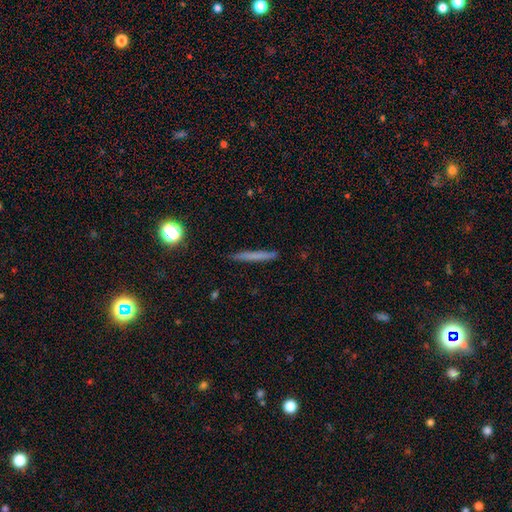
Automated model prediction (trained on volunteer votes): smooth-or-featured: smooth: 65% | featured or disk: 27% | star or artifact: 8%
  how-rounded: cigar-shaped: 96% | in between: 2% | round: 2%
  merging: none: 90% | minor disturbance: 7% | major disturbance: 2% | merger: 1%